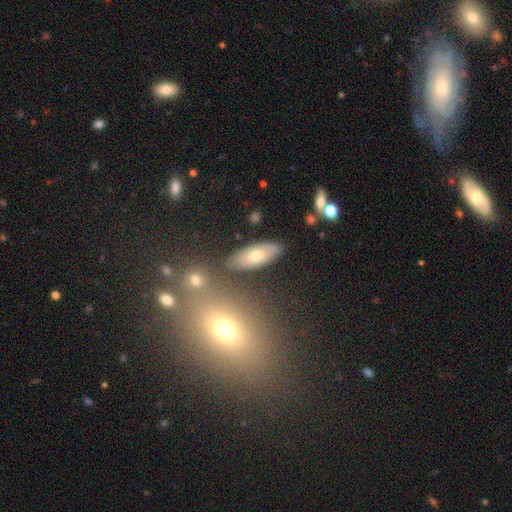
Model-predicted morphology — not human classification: Smooth or featured?
  - smooth: 63% *
  - featured or disk: 30%
  - star or artifact: 8%
How rounded?
  - in between: 79% *
  - cigar-shaped: 18%
  - round: 3%
Merging?
  - none: 82% *
  - minor disturbance: 12%
  - merger: 4%
  - major disturbance: 3%